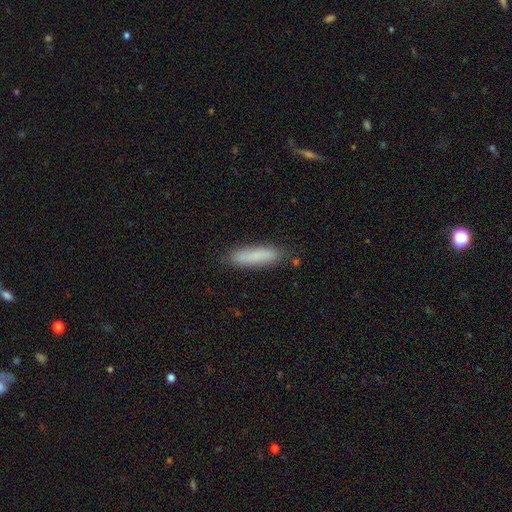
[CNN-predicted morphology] A smooth galaxy with no disk features (83%) that is cigar-shaped (77%). Merging: none (85%).